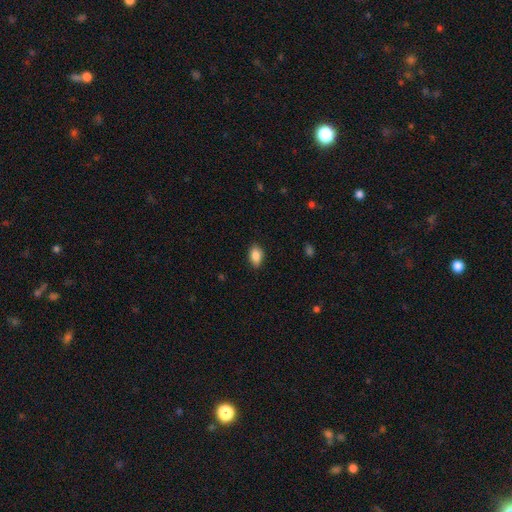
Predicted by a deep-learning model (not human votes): smooth-or-featured: smooth: 87% | star or artifact: 8% | featured or disk: 6%
  how-rounded: in between: 88% | round: 9% | cigar-shaped: 2%
  merging: none: 86% | minor disturbance: 10% | major disturbance: 2% | merger: 1%